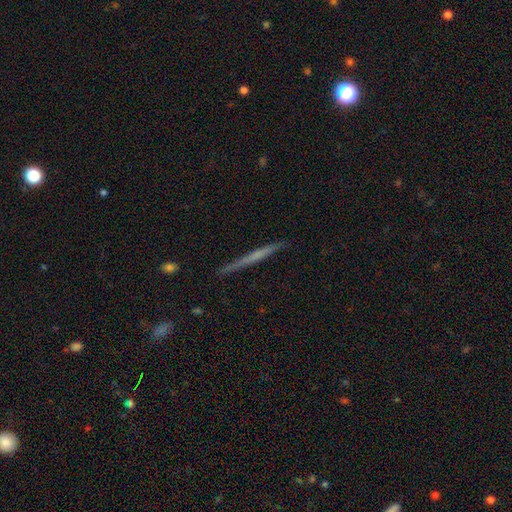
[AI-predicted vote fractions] Q: Smooth or featured?
A: featured or disk (56%); runner-up: smooth (38%)
Q: Edge-on disk?
A: yes (97%); runner-up: no (3%)
Q: Edge-on bulge?
A: none (78%); runner-up: rounded (16%)
Q: Merging?
A: none (90%); runner-up: minor disturbance (7%)